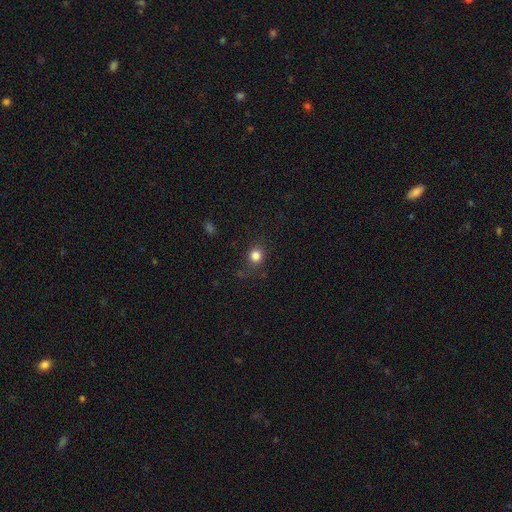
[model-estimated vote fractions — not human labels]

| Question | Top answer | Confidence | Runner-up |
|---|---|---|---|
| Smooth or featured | smooth | 82% | star or artifact (12%) |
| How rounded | round | 82% | in between (17%) |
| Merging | none | 80% | minor disturbance (13%) |